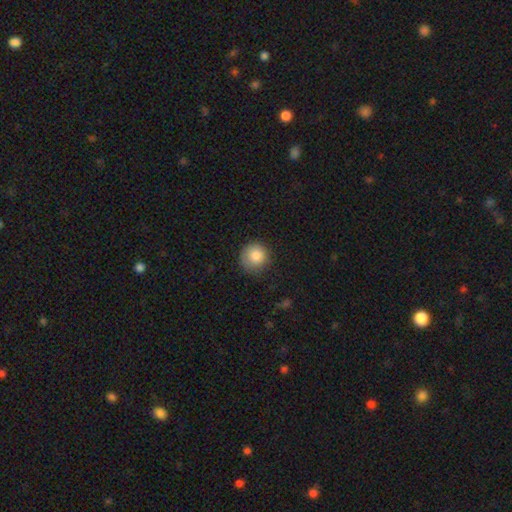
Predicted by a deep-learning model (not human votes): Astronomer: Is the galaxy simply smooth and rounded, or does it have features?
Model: smooth — 85%.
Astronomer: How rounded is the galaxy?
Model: round — 94%.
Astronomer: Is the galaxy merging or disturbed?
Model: none — 78%.